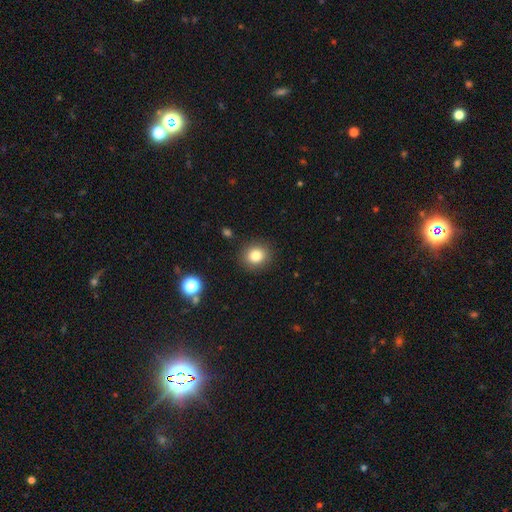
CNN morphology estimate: The model was most divided on "how rounded": round: 80%, in between: 19%, cigar-shaped: 1%. More confident: merging — none (89%); smooth or featured — smooth (82%).